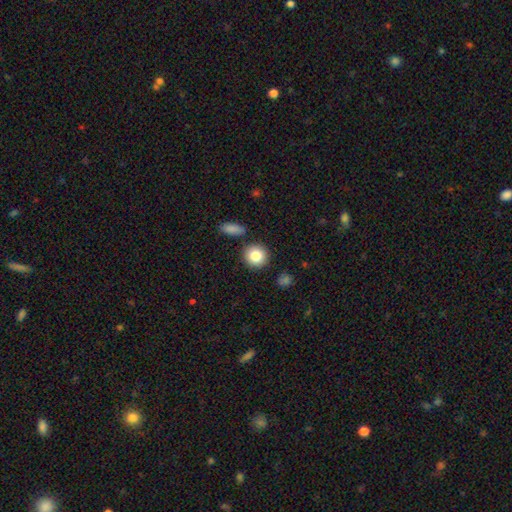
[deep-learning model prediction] Q: Smooth or featured?
A: smooth (85%); runner-up: star or artifact (8%)
Q: How rounded?
A: round (90%); runner-up: in between (9%)
Q: Merging?
A: none (86%); runner-up: minor disturbance (7%)